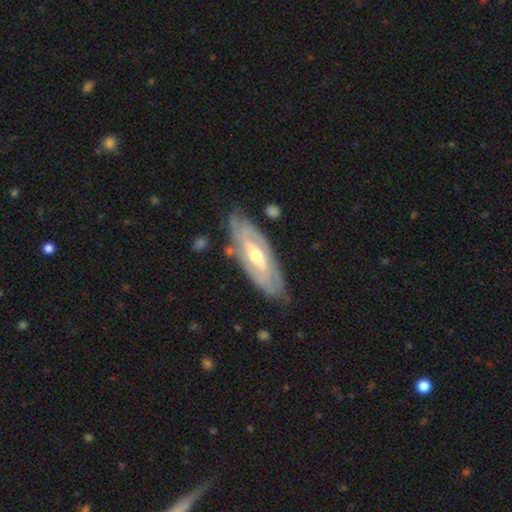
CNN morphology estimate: Smooth or featured? featured or disk (83%)
Edge-on disk? no (84%)
Bar? weak (38%)
Spiral arms? yes (89%)
Spiral winding? tight (64%)
Spiral arm count? 2 (43%)
Bulge size? moderate (61%)
Merging? none (78%)